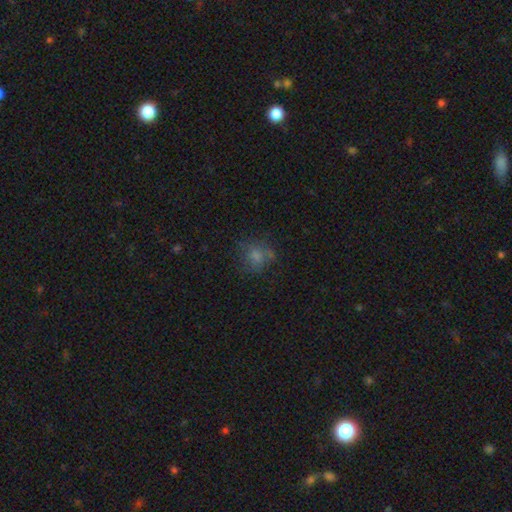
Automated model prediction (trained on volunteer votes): smooth_or_featured: smooth (p=0.63) [alt: star or artifact p=0.23]
how_rounded: round (p=0.78) [alt: in between p=0.21]
merging: none (p=0.66) [alt: minor disturbance p=0.19]